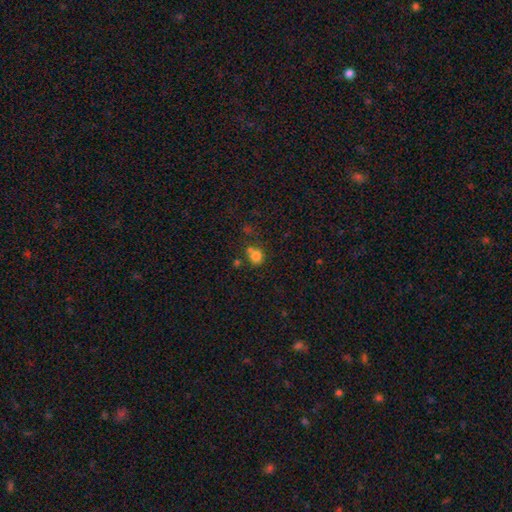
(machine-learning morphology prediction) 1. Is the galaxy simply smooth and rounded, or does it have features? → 79% smooth, 13% star or artifact, 7% featured or disk.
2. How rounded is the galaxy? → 78% round, 21% in between, 1% cigar-shaped.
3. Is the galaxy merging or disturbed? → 57% none, 24% merger, 14% minor disturbance, 6% major disturbance.